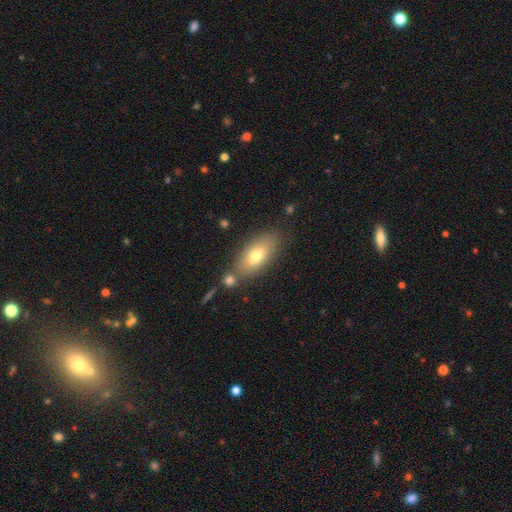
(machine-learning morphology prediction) Q: Smooth or featured?
A: smooth (71%); runner-up: featured or disk (21%)
Q: How rounded?
A: in between (82%); runner-up: cigar-shaped (13%)
Q: Merging?
A: none (71%); runner-up: merger (13%)